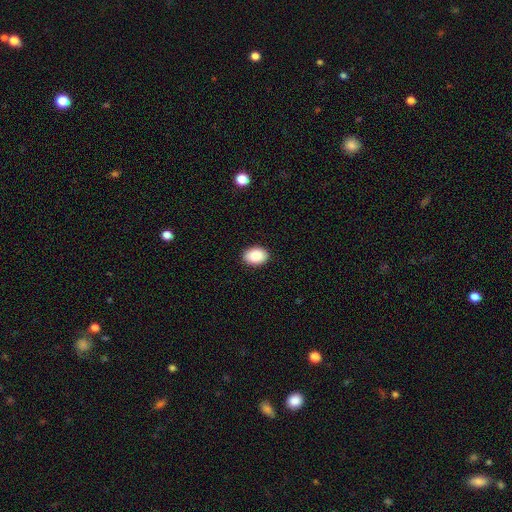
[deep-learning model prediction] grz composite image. It shows a smooth galaxy with no disk features (89%) that is in between round and cigar-shaped (84%). Merging: none (90%).